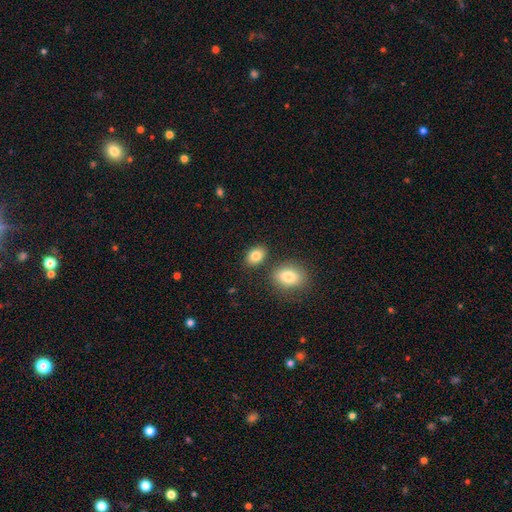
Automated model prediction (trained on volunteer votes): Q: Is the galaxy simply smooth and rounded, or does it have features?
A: smooth — 84%.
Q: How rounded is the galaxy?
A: in between — 77%.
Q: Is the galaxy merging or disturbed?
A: none — 75%.